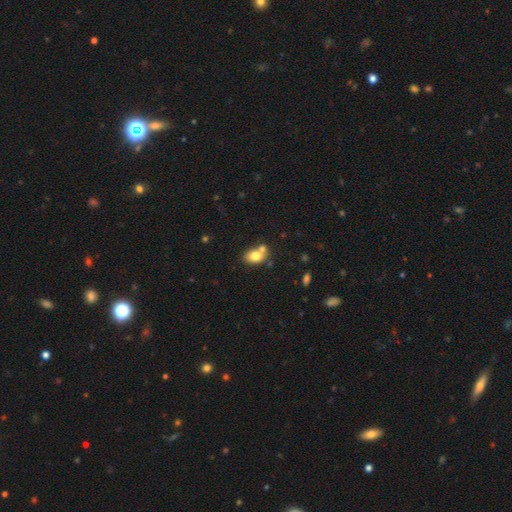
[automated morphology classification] This appears to be a smooth galaxy with no disk features (77%) that is in between round and cigar-shaped (69%). Merging: none (44%).